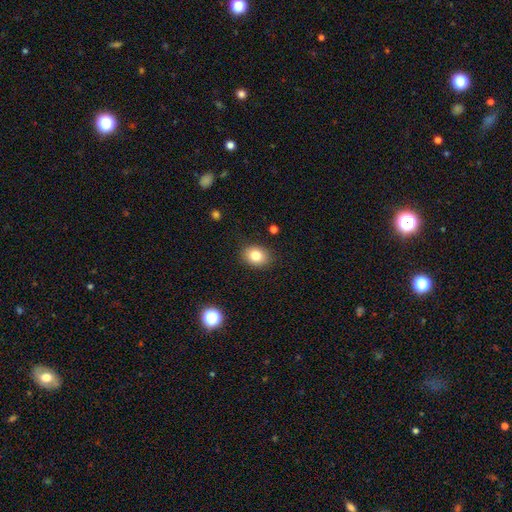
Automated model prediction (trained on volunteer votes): smooth 82%, star or artifact 10%, featured or disk 9%. Down the decision tree: how rounded — in between (57%); merging — none (87%).